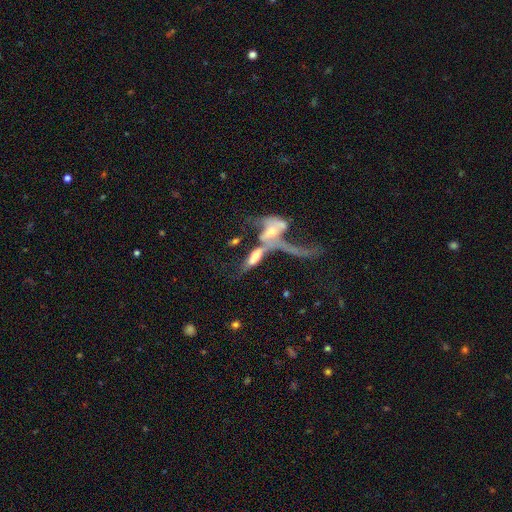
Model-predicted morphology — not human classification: Smooth or featured? featured or disk (61%)
Edge-on disk? no (69%)
Merging? merger (66%)